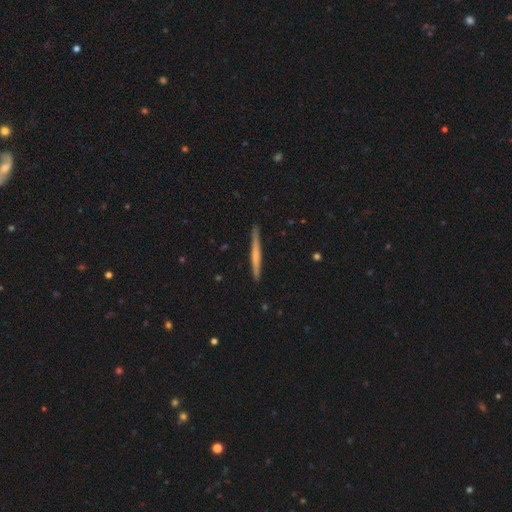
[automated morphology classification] Smooth or featured?
  - featured or disk: 49% *
  - smooth: 46%
  - star or artifact: 5%
Merging?
  - none: 90% *
  - minor disturbance: 7%
  - major disturbance: 1%
  - merger: 1%